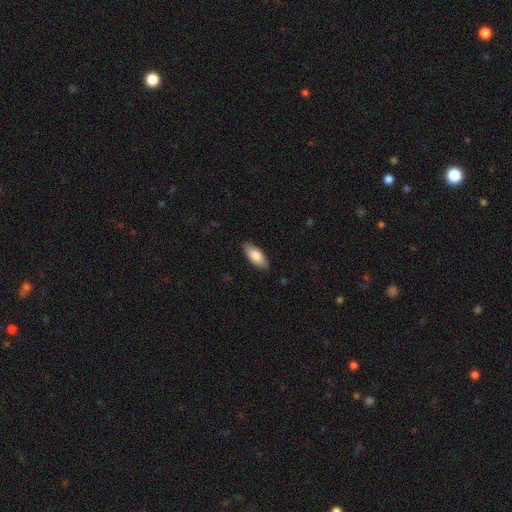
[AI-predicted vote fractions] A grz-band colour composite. It shows a smooth galaxy with no disk features (82%) that is in between round and cigar-shaped (85%). Merging: none (86%).